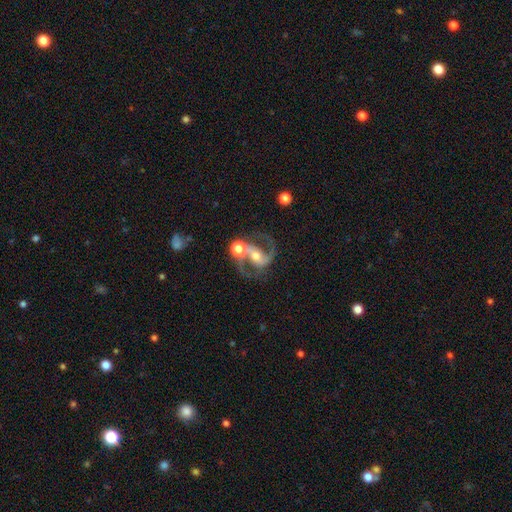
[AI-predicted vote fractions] featured or disk 86%, star or artifact 7%, smooth 7%. Down the decision tree: edge-on disk — no (98%); bar — weak (36%); spiral arms — yes (97%); spiral arm count — 2 (92%); spiral winding — medium (60%); bulge size — moderate (60%); merging — none (57%).